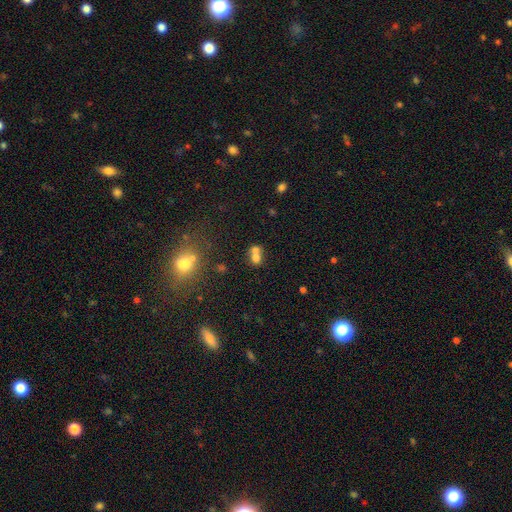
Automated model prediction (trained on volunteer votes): Q: Smooth or featured?
A: smooth (69%); runner-up: featured or disk (16%)
Q: How rounded?
A: round (61%); runner-up: in between (37%)
Q: Merging?
A: merger (64%); runner-up: none (26%)